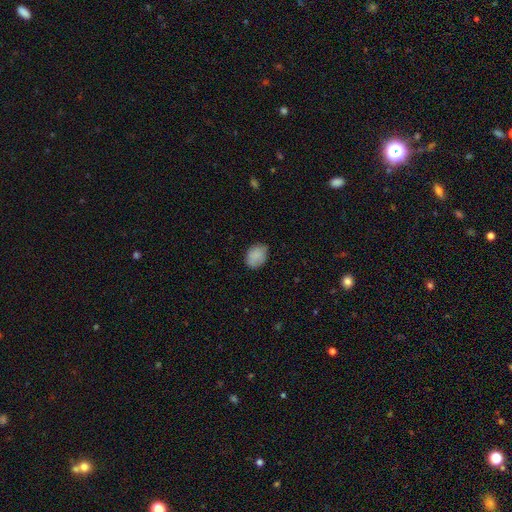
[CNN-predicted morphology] smooth-or-featured: smooth: 87% | star or artifact: 8% | featured or disk: 5%
  how-rounded: in between: 65% | round: 34% | cigar-shaped: 1%
  merging: none: 74% | minor disturbance: 21% | major disturbance: 4% | merger: 1%